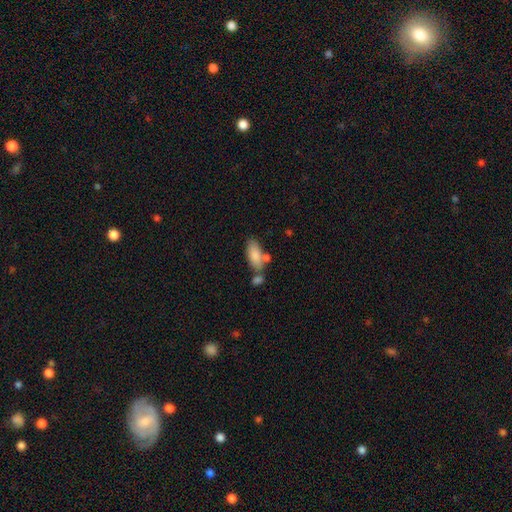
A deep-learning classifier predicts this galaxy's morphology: Smooth or featured? smooth (83%)
How rounded? in between (86%)
Merging? none (53%)